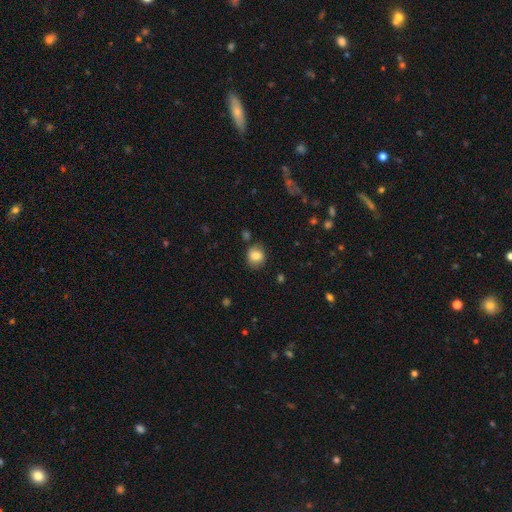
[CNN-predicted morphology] This is clearly a smooth galaxy (82%). How rounded: likely round (70%). Merging: likely none (77%).